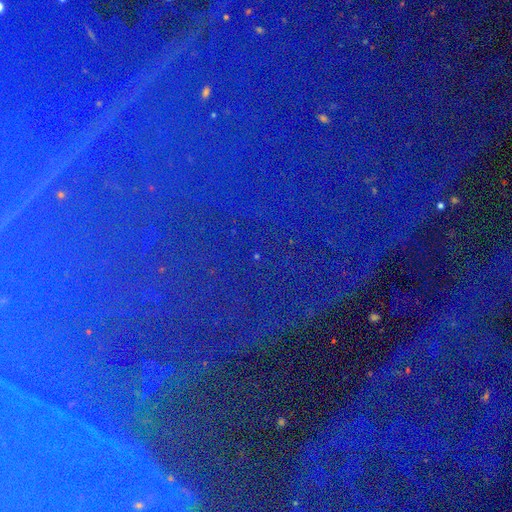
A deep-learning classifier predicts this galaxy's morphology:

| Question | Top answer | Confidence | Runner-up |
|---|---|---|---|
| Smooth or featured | star or artifact | 85% | featured or disk (8%) |